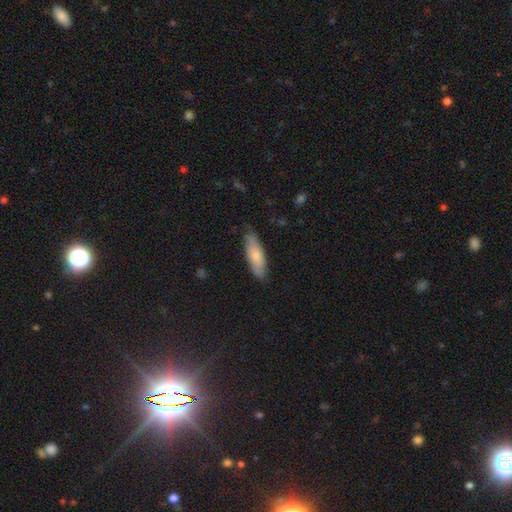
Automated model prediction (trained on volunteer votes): This appears to be a smooth galaxy with no disk features (67%) that is in between round and cigar-shaped (56%). Merging: none (74%).